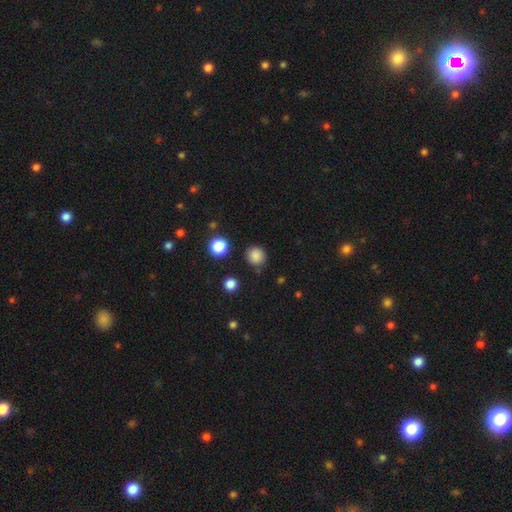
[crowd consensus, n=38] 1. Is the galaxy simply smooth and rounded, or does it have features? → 87% smooth, 8% star or artifact, 5% featured or disk.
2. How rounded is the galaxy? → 88% round, 12% in between, 0% cigar-shaped.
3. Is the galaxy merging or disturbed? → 83% none, 9% minor disturbance, 6% major disturbance, 3% merger.